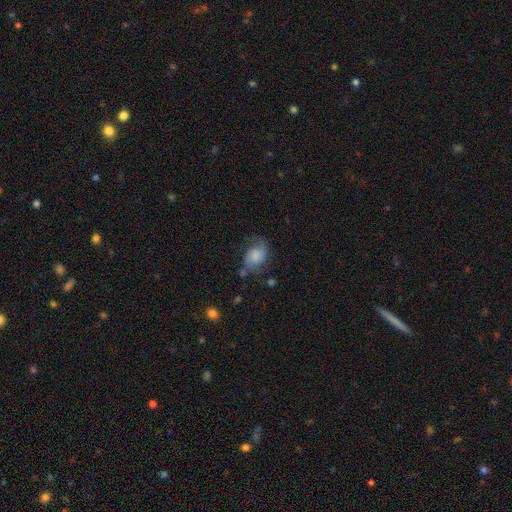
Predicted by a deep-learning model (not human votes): smooth-or-featured: smooth: 46% | featured or disk: 44% | star or artifact: 9%
  merging: none: 53% | minor disturbance: 27% | major disturbance: 16% | merger: 4%